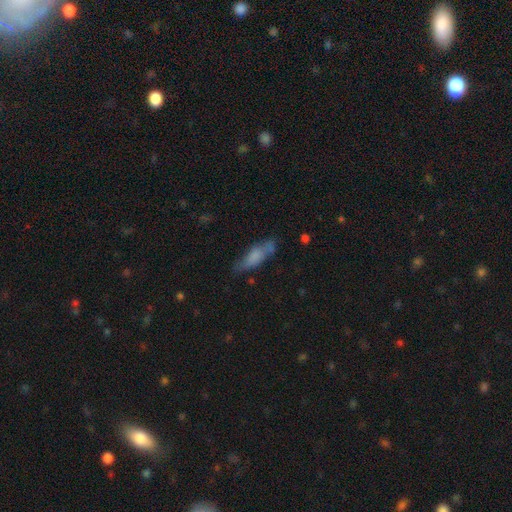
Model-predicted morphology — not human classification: Overall: smooth (66%; featured or disk 26%). How rounded: cigar-shaped (55%; in between 43%). Merging: none (57%; minor disturbance 25%).